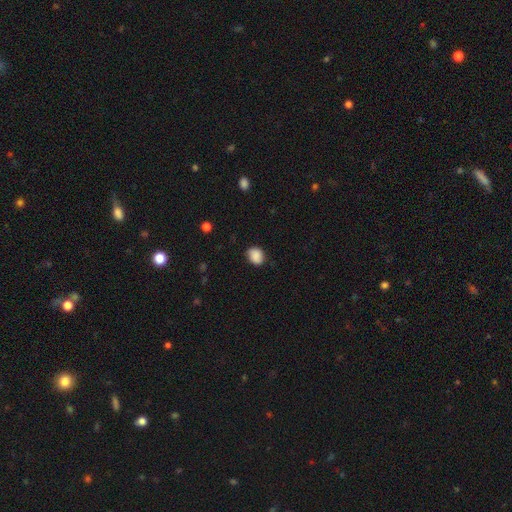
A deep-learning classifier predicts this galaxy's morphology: smooth-or-featured: smooth: 87% | star or artifact: 8% | featured or disk: 5%
  how-rounded: round: 55% | in between: 45% | cigar-shaped: 1%
  merging: none: 80% | minor disturbance: 16% | major disturbance: 3% | merger: 1%